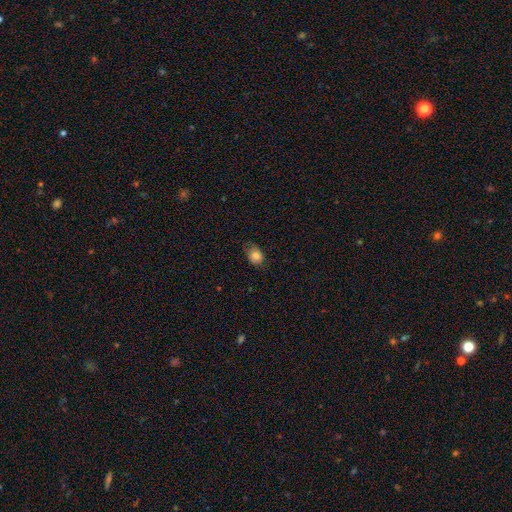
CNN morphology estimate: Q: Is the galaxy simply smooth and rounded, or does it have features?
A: smooth — 80%.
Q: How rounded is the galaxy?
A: in between — 61%.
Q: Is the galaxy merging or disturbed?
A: none — 61%.